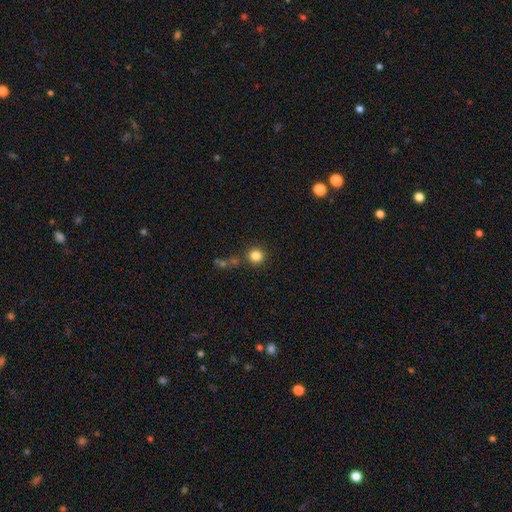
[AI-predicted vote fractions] smooth_or_featured: smooth (p=0.83) [alt: star or artifact p=0.12]
how_rounded: round (p=0.92) [alt: in between p=0.07]
merging: none (p=0.81) [alt: minor disturbance p=0.08]